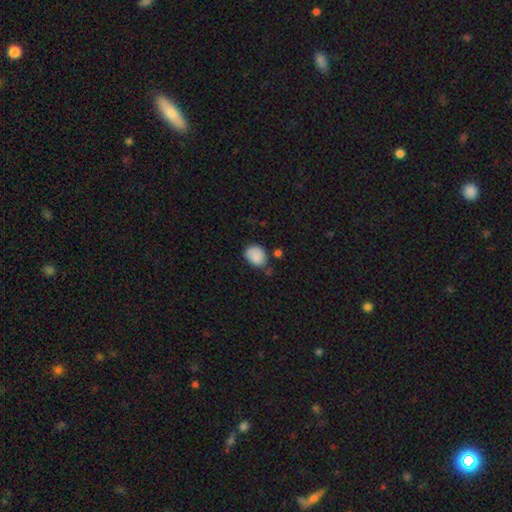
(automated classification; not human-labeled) This is clearly a smooth galaxy (83%). How rounded: likely in between (64%). Merging: possibly none (54%).